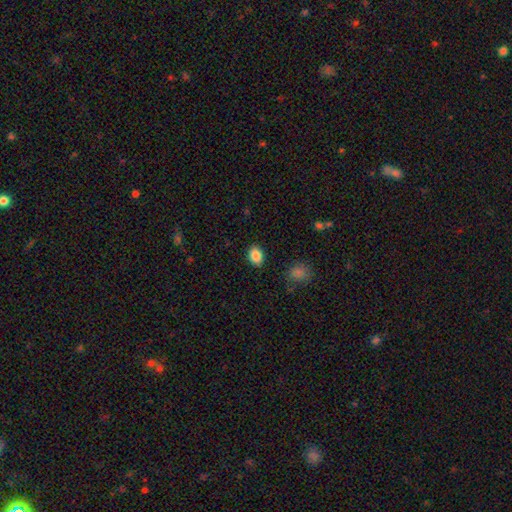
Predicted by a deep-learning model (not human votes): Smooth or featured? smooth (87%)
How rounded? in between (65%)
Merging? none (88%)